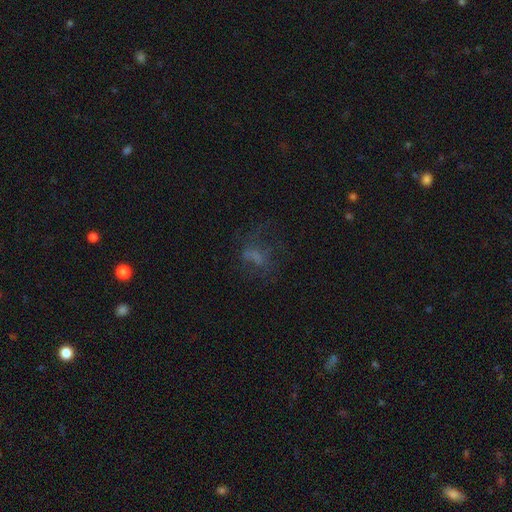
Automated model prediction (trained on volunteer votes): Smooth or featured: smooth — 39% (featured or disk — 35%)
Merging: none — 44% (major disturbance — 35%)